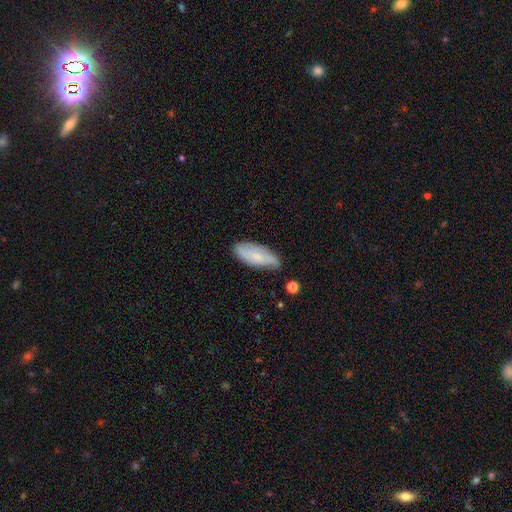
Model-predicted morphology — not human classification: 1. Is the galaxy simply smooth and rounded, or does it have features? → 64% smooth, 30% featured or disk, 7% star or artifact.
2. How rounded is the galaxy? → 75% in between, 23% cigar-shaped, 2% round.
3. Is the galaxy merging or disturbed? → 68% none, 25% minor disturbance, 5% major disturbance, 2% merger.